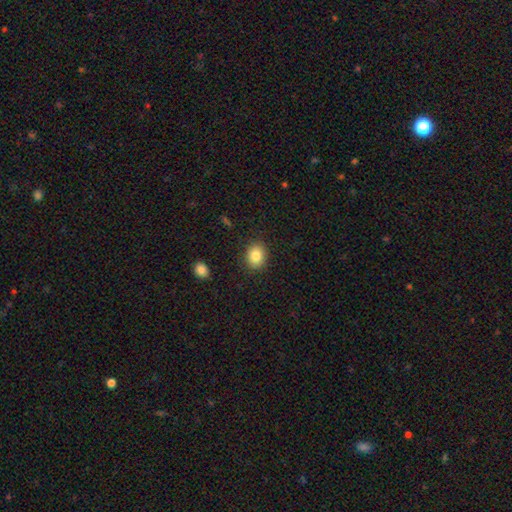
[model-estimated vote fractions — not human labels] Q: Smooth or featured?
A: smooth (85%); runner-up: star or artifact (9%)
Q: How rounded?
A: round (58%); runner-up: in between (42%)
Q: Merging?
A: none (88%); runner-up: minor disturbance (8%)